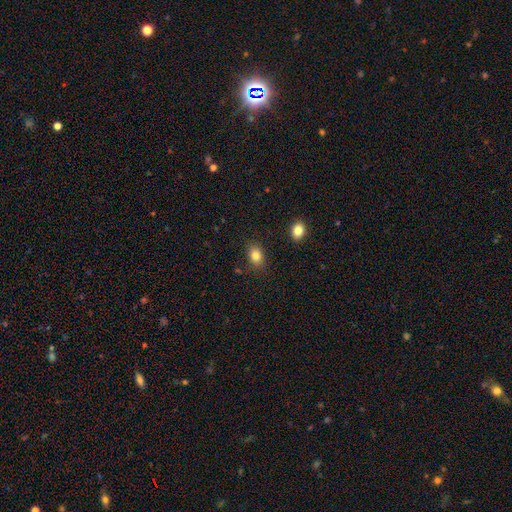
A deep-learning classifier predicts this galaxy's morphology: A smooth galaxy with no disk features (83%) that is in between round and cigar-shaped (71%).

Vote fractions:
- Smooth or featured? smooth: 83% / star or artifact: 10% / featured or disk: 6%
- How rounded? in between: 71% / round: 27% / cigar-shaped: 1%
- Merging? none: 84% / minor disturbance: 11% / major disturbance: 3% / merger: 2%